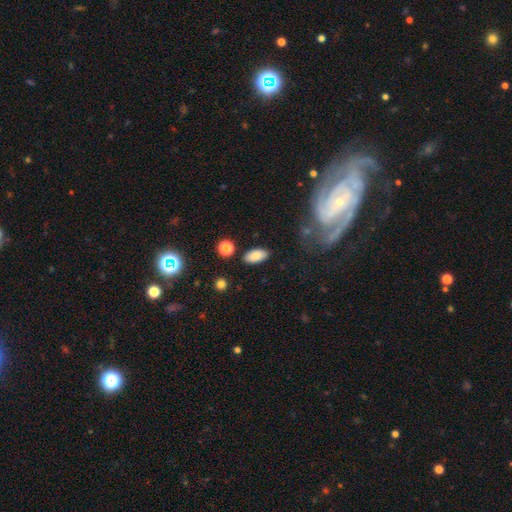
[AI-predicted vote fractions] This is clearly a smooth galaxy (84%). How rounded: clearly in between (91%). Merging: clearly none (86%).